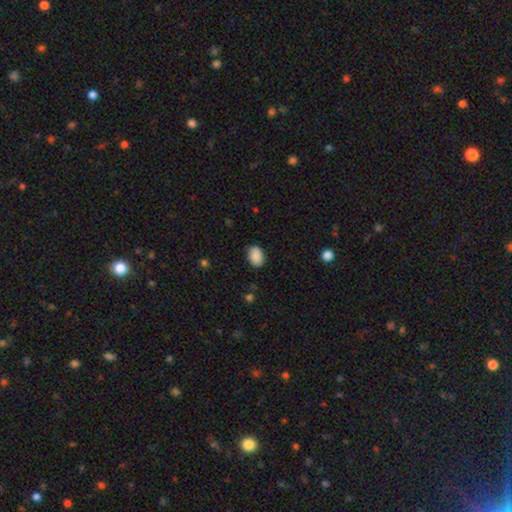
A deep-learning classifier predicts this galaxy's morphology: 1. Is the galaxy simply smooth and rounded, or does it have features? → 89% smooth, 7% star or artifact, 4% featured or disk.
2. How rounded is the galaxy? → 85% in between, 14% round, 1% cigar-shaped.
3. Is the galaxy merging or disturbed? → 80% none, 16% minor disturbance, 3% major disturbance, 1% merger.